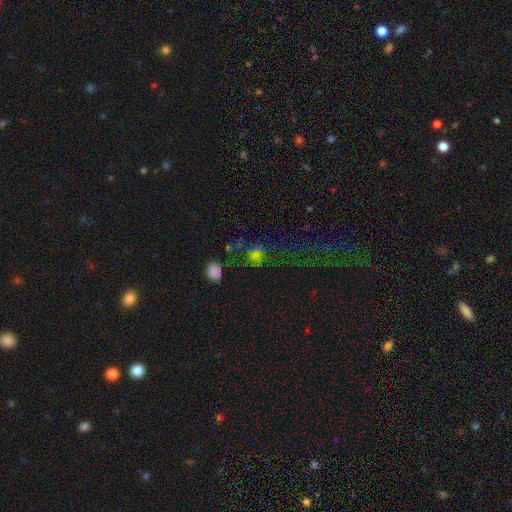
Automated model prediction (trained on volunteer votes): A smooth galaxy with no disk features (51%) that is round (57%). Merging: none (52%).